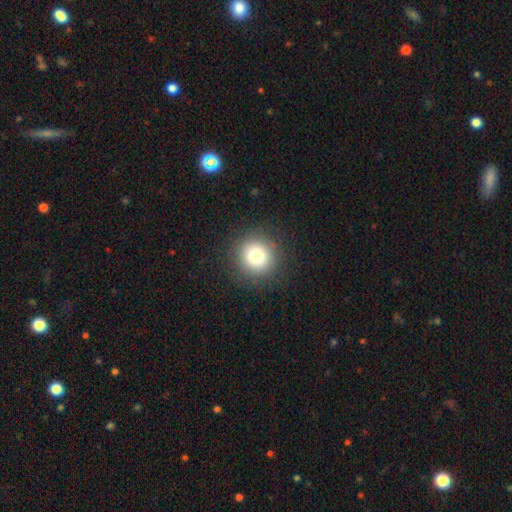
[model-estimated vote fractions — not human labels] Morphology: type=smooth (77%); roundness=round (94%); merging=none (92%).